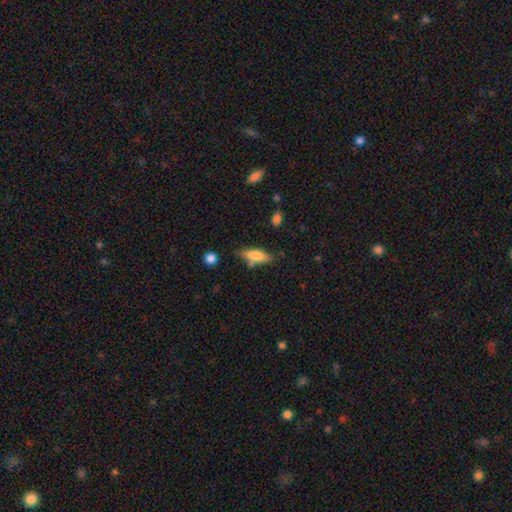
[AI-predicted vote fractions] Q: Smooth or featured?
A: smooth (74%); runner-up: featured or disk (19%)
Q: How rounded?
A: in between (58%); runner-up: cigar-shaped (40%)
Q: Merging?
A: none (70%); runner-up: minor disturbance (18%)